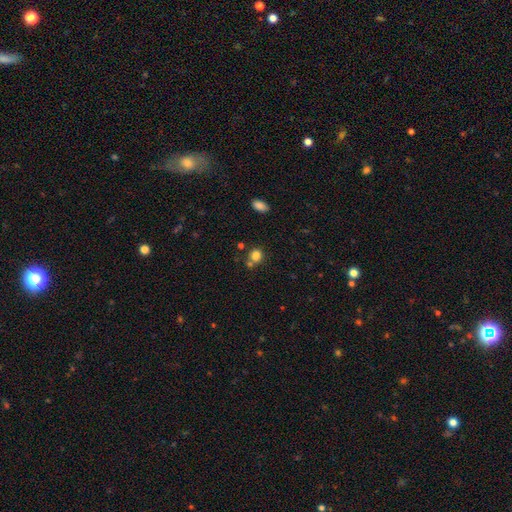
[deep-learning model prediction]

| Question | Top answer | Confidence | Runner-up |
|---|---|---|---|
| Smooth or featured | smooth | 81% | star or artifact (13%) |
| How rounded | round | 75% | in between (24%) |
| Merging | none | 59% | merger (26%) |